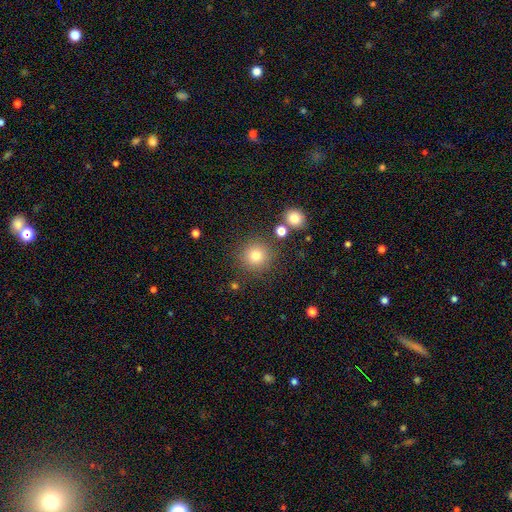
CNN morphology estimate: Smooth or featured?
  - smooth: 78% *
  - star or artifact: 14%
  - featured or disk: 8%
How rounded?
  - round: 94% *
  - in between: 5%
  - cigar-shaped: 1%
Merging?
  - none: 85% *
  - minor disturbance: 7%
  - merger: 5%
  - major disturbance: 3%